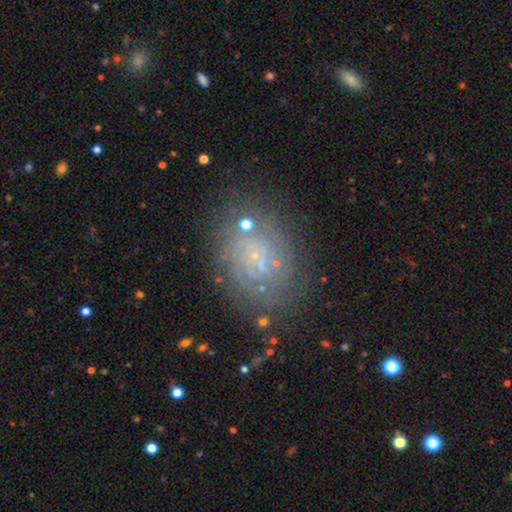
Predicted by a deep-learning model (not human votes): Smooth or featured? Predicted: featured or disk (p=0.52). Edge-on disk? Predicted: no (p=0.96). Merging? Predicted: none (p=0.68).